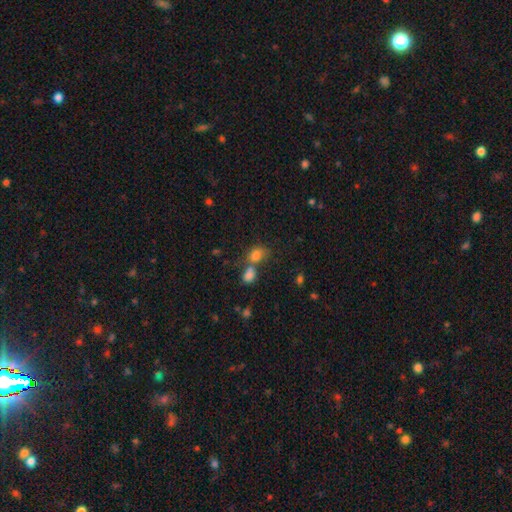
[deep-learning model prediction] The model was most divided on "merging": merger: 50%, none: 35%, minor disturbance: 10%, major disturbance: 6%. More confident: smooth or featured — smooth (77%); how rounded — in between (59%).